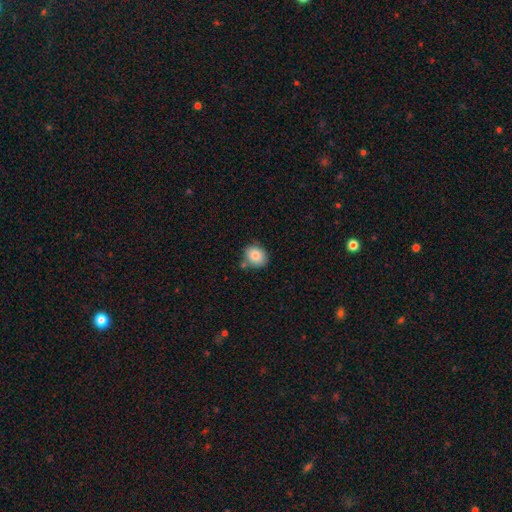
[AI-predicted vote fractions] Smooth or featured?
  - smooth: 85% *
  - star or artifact: 8%
  - featured or disk: 7%
How rounded?
  - round: 52% *
  - in between: 48%
  - cigar-shaped: 1%
Merging?
  - none: 71% *
  - minor disturbance: 16%
  - merger: 9%
  - major disturbance: 3%